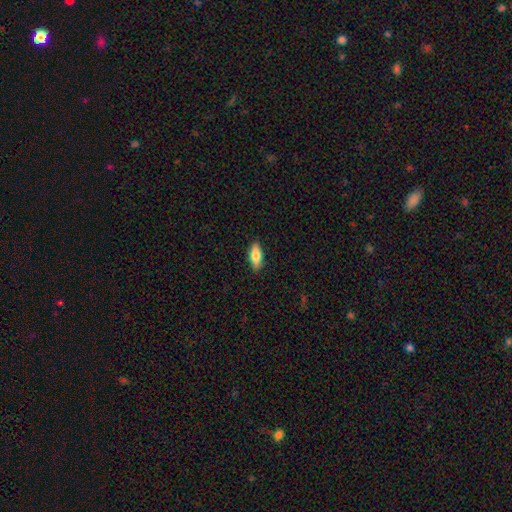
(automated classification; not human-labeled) smooth-or-featured: smooth: 76% | featured or disk: 18% | star or artifact: 6%
  how-rounded: in between: 75% | cigar-shaped: 22% | round: 3%
  merging: none: 88% | minor disturbance: 9% | major disturbance: 2% | merger: 1%